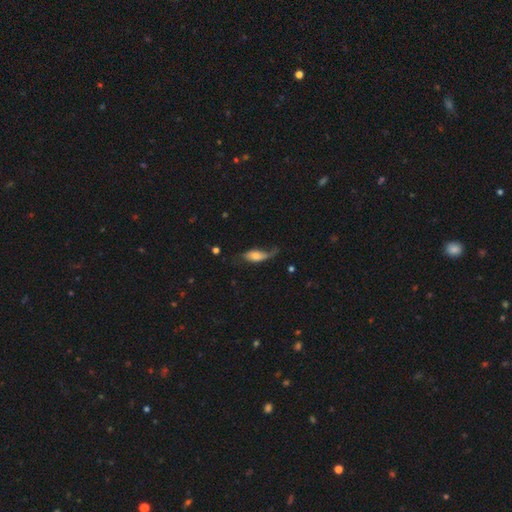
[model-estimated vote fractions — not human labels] Q: Smooth or featured?
A: smooth (53%); runner-up: featured or disk (39%)
Q: How rounded?
A: in between (77%); runner-up: cigar-shaped (19%)
Q: Merging?
A: none (36%); runner-up: minor disturbance (32%)